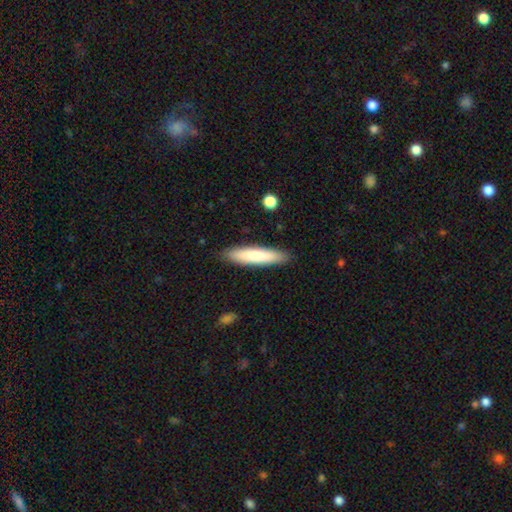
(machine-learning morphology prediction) type=smooth (80%); roundness=cigar-shaped (85%); merging=none (89%).